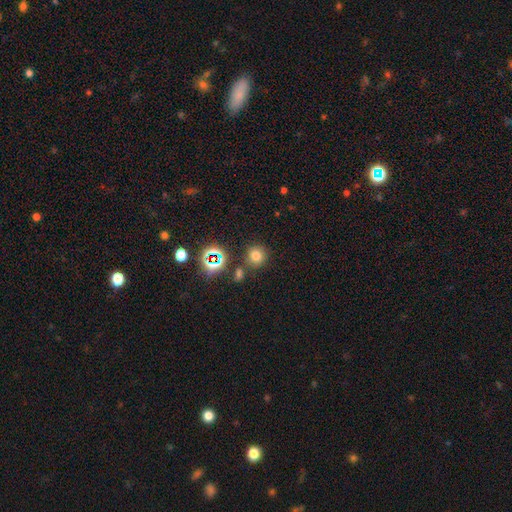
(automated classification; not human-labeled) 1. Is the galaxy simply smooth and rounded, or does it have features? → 69% smooth, 23% star or artifact, 8% featured or disk.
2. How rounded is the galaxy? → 89% round, 10% in between, 1% cigar-shaped.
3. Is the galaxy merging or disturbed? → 78% none, 9% minor disturbance, 9% merger, 4% major disturbance.